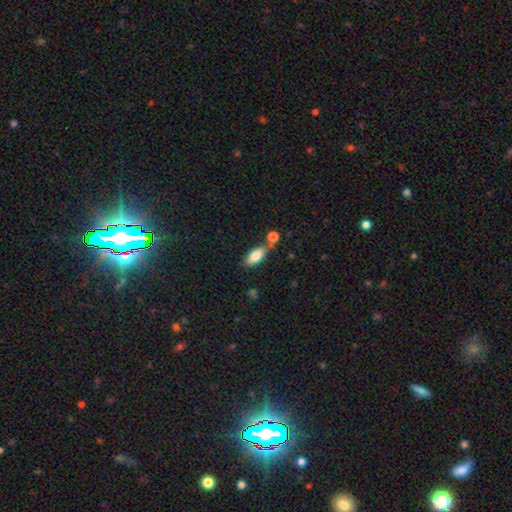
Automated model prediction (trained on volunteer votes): Q: Smooth or featured?
A: smooth (80%); runner-up: featured or disk (13%)
Q: How rounded?
A: in between (85%); runner-up: cigar-shaped (12%)
Q: Merging?
A: none (68%); runner-up: merger (15%)